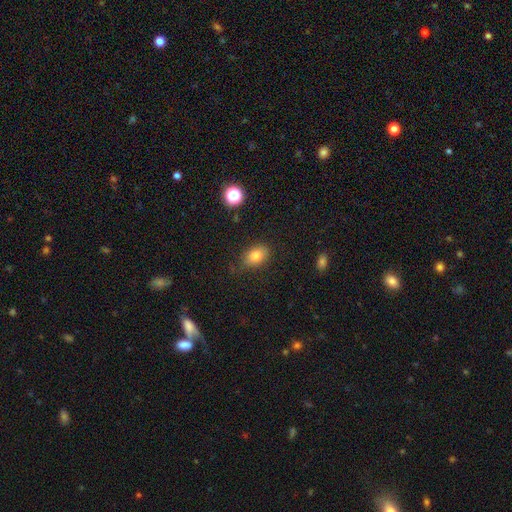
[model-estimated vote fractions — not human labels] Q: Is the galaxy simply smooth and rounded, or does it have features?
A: smooth — 81%.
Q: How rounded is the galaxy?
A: in between — 79%.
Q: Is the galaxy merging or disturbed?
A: none — 76%.